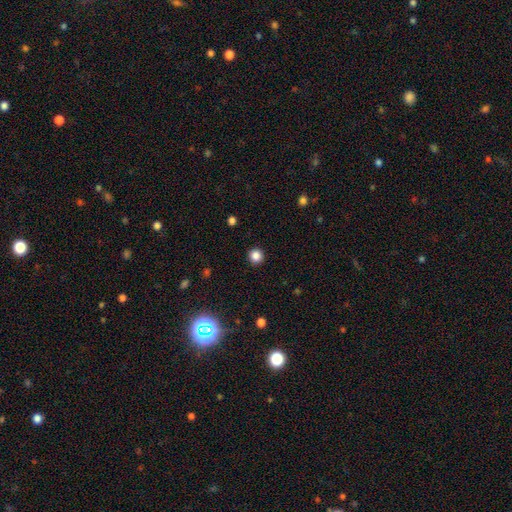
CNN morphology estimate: Smooth or featured? Predicted: smooth (p=0.83). How rounded? Predicted: round (p=0.94). Merging? Predicted: none (p=0.93).